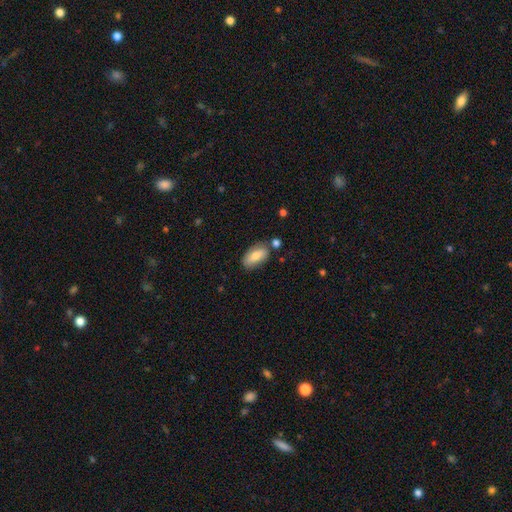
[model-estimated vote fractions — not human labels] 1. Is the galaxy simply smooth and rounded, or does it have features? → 76% smooth, 17% featured or disk, 7% star or artifact.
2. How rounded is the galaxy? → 90% in between, 6% cigar-shaped, 3% round.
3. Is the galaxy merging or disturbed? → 73% none, 17% minor disturbance, 6% merger, 4% major disturbance.